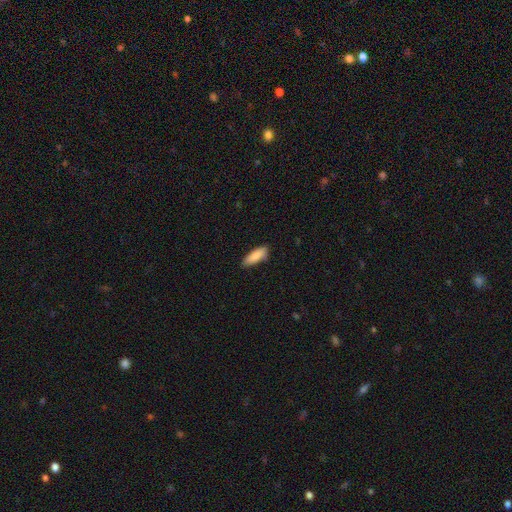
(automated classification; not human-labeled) This is clearly a smooth galaxy (88%). How rounded: likely in between (61%). Merging: likely none (77%).